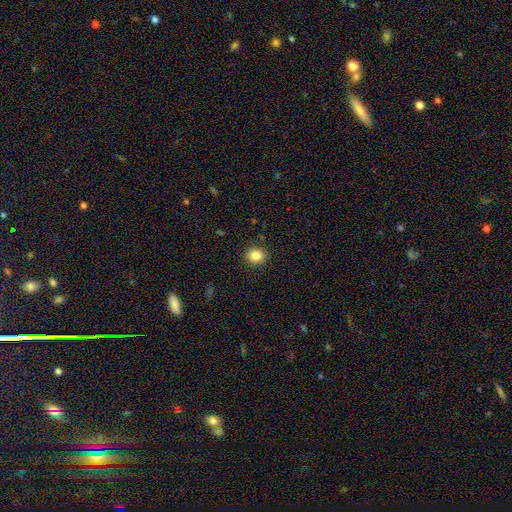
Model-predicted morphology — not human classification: smooth 85%, star or artifact 10%, featured or disk 4%. Down the decision tree: how rounded — round (74%); merging — none (90%).